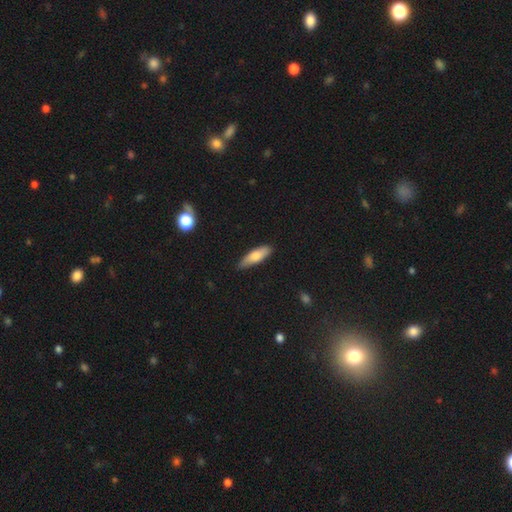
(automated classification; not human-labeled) A smooth galaxy with no disk features (73%) that is cigar-shaped (52%). Merging: none (82%).